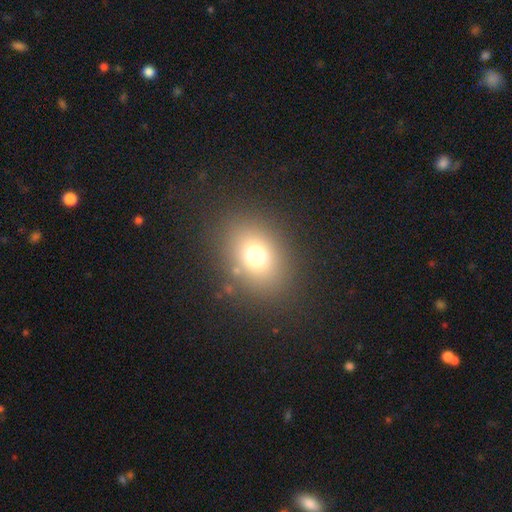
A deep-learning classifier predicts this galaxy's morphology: A smooth galaxy with no disk features (70%) that is in between round and cigar-shaped (52%).

Vote fractions:
- Smooth or featured? smooth: 70% / star or artifact: 19% / featured or disk: 11%
- How rounded? in between: 52% / round: 47% / cigar-shaped: 1%
- Merging? none: 84% / minor disturbance: 8% / major disturbance: 5% / merger: 2%